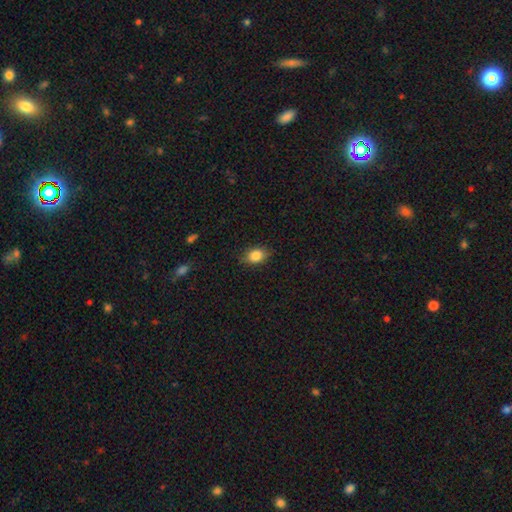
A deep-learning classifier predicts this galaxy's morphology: The model was most divided on "how rounded": in between: 69%, round: 30%, cigar-shaped: 2%. More confident: smooth or featured — smooth (84%); merging — none (81%).